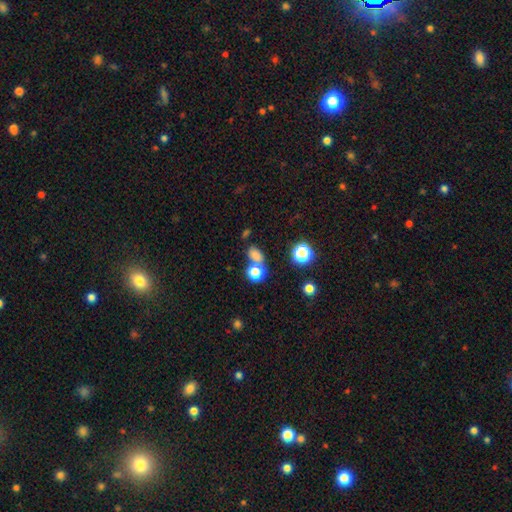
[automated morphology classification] The model was most divided on "how rounded": in between: 59%, round: 39%, cigar-shaped: 2%. More confident: smooth or featured — smooth (72%); merging — none (54%).